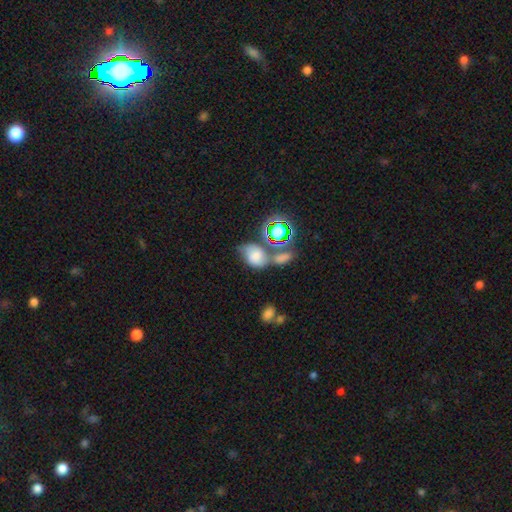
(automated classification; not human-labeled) smooth 60%, featured or disk 20%, star or artifact 20%. Down the decision tree: how rounded — in between (70%); merging — merger (39%).